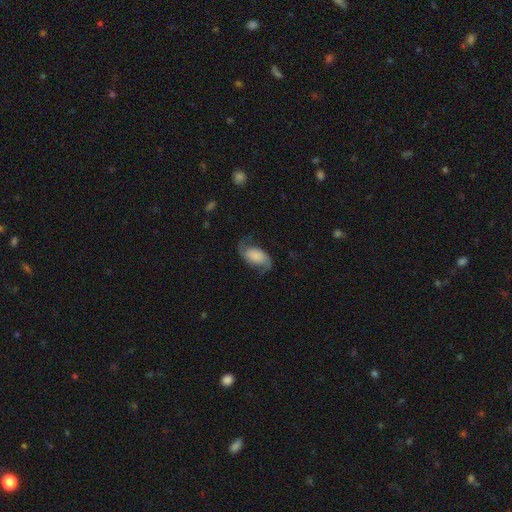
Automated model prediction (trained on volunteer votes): Smooth or featured?
  - featured or disk: 70% *
  - smooth: 23%
  - star or artifact: 8%
Edge-on disk?
  - no: 97% *
  - yes: 3%
Bar?
  - no: 61% *
  - weak: 28%
  - strong: 10%
Spiral arms?
  - yes: 94% *
  - no: 6%
Spiral winding?
  - loose: 64% *
  - medium: 28%
  - tight: 8%
Spiral arm count?
  - 2: 93% *
  - can't tell: 2%
  - 1: 2%
  - 3: 1%
  - 4: 1%
  - more than 4: 1%
Bulge size?
  - none: 35% *
  - large: 22%
  - small: 16%
  - dominant: 14%
  - moderate: 12%
Merging?
  - none: 70% *
  - minor disturbance: 18%
  - major disturbance: 11%
  - merger: 2%